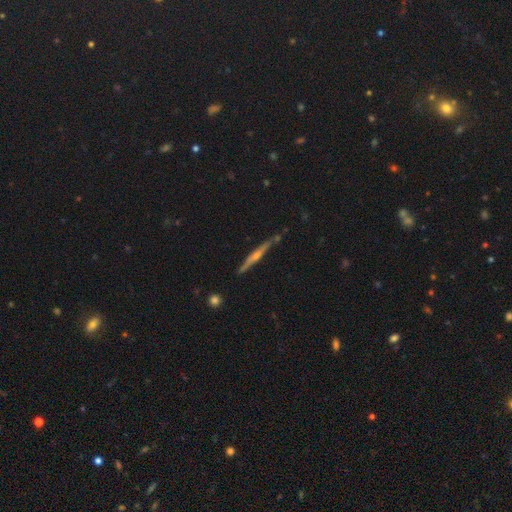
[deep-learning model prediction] smooth_or_featured: featured or disk (p=0.75) [alt: smooth p=0.19]
disk_edge_on: yes (p=0.98) [alt: no p=0.02]
edge_on_bulge: rounded (p=0.76) [alt: none p=0.17]
merging: none (p=0.85) [alt: minor disturbance p=0.10]